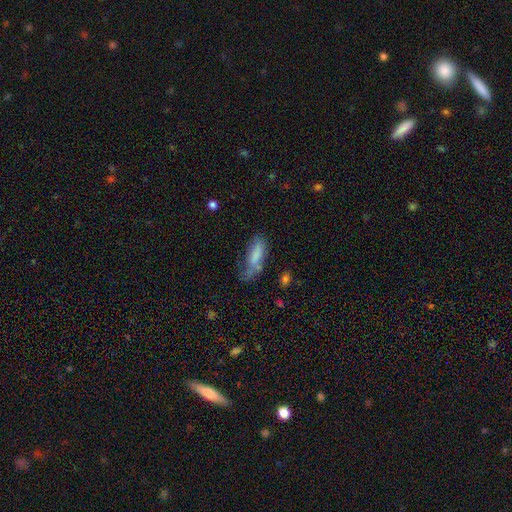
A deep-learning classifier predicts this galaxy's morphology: The model was most divided on "merging": none: 36%, minor disturbance: 31%, major disturbance: 24%, merger: 8%. More confident: smooth or featured — smooth (73%); how rounded — in between (69%).